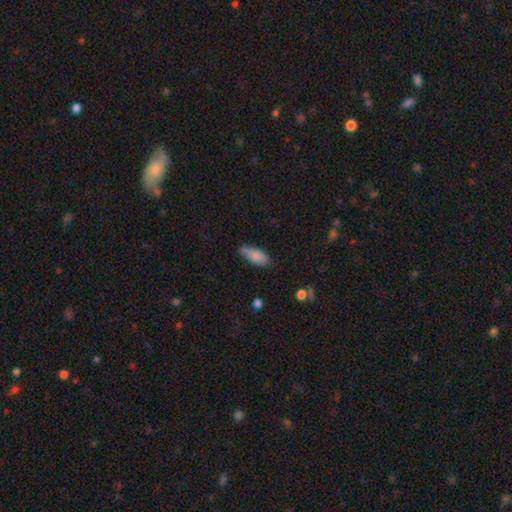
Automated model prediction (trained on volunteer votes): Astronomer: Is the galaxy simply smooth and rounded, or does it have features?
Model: smooth — 81%.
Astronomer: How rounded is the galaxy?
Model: in between — 80%.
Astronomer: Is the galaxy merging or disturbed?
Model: none — 65%.